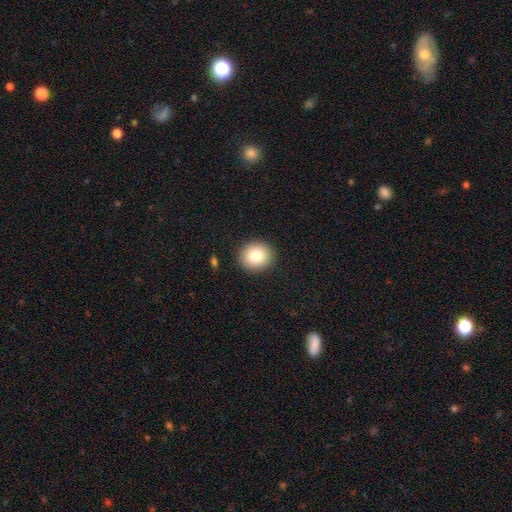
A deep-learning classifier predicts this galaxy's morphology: Smooth or featured?
  - smooth: 81% *
  - featured or disk: 10%
  - star or artifact: 9%
How rounded?
  - round: 85% *
  - in between: 15%
  - cigar-shaped: 1%
Merging?
  - none: 91% *
  - minor disturbance: 6%
  - major disturbance: 2%
  - merger: 1%